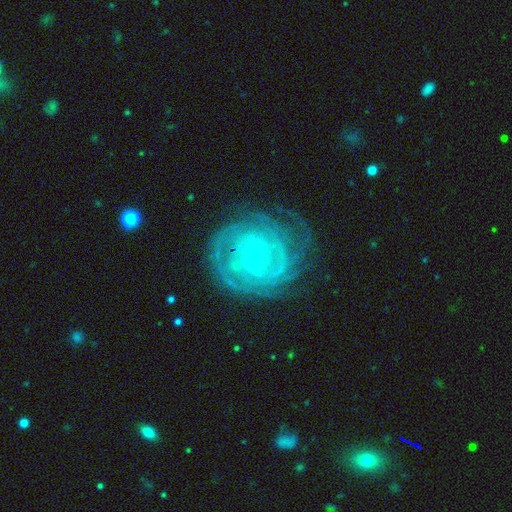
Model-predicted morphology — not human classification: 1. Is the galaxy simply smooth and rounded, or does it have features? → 84% featured or disk, 9% smooth, 6% star or artifact.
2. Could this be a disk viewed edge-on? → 97% no, 3% yes.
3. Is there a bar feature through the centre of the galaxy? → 50% no, 37% weak, 13% strong.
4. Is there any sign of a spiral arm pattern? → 92% yes, 8% no.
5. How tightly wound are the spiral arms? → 74% tight, 21% medium, 5% loose.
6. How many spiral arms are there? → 38% can't tell, 18% 2, 16% 3, 13% 4, 8% more than 4, 6% 1.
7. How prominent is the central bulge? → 81% small, 15% moderate, 1% none, 1% large, 1% dominant.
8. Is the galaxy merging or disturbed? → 67% none, 20% minor disturbance, 11% major disturbance, 2% merger.